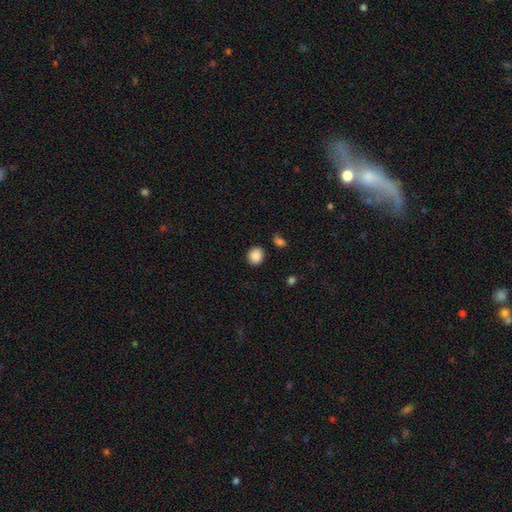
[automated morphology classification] smooth 88%, star or artifact 9%, featured or disk 3%. Down the decision tree: how rounded — round (76%); merging — none (86%).